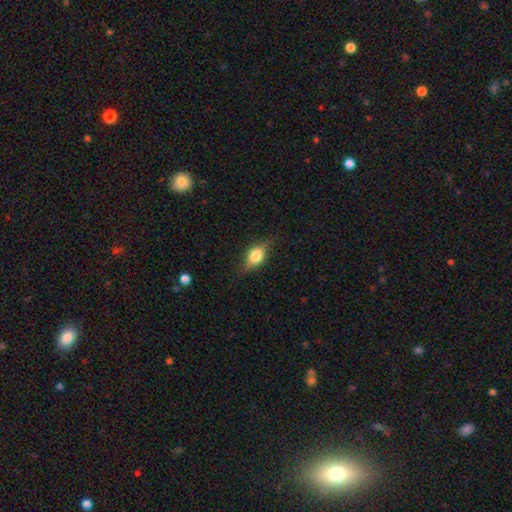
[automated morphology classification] Overall: smooth (61%; featured or disk 31%). How rounded: in between (75%). Merging: none (76%).